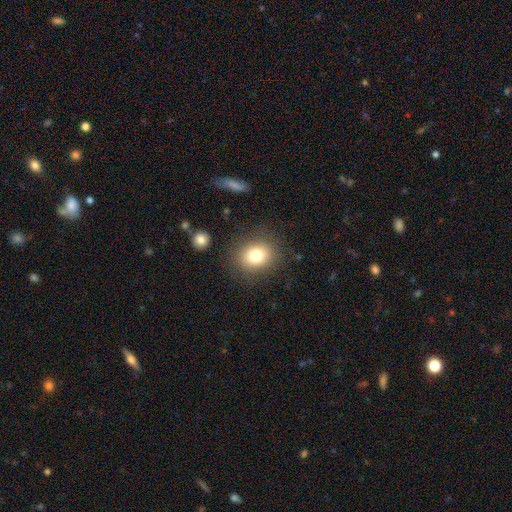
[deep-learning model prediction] Overall: smooth (79%). How rounded: round (62%; in between 37%). Merging: none (83%).